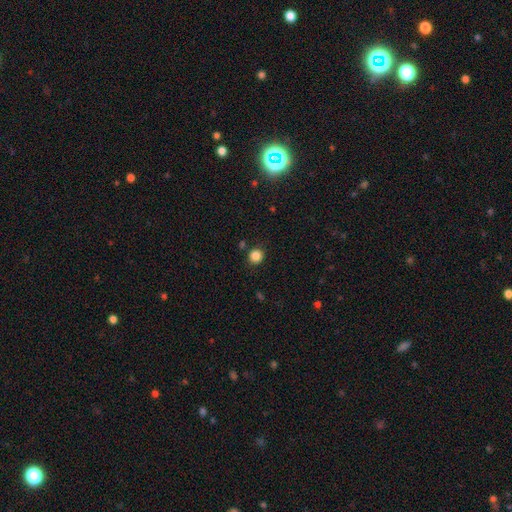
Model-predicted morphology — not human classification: Smooth or featured: smooth — 85% (star or artifact — 11%)
How rounded: round — 90% (in between — 9%)
Merging: none — 86% (minor disturbance — 8%)